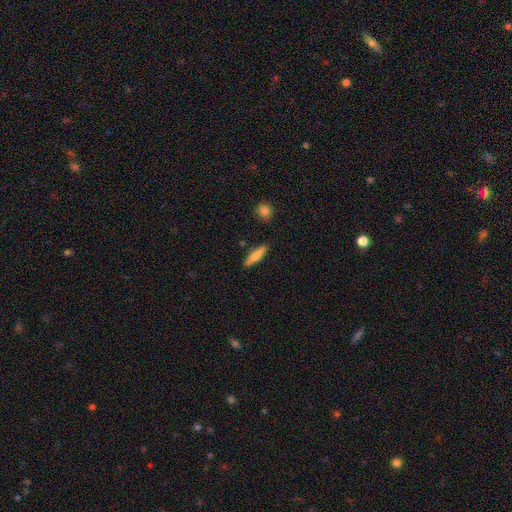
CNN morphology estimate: Smooth or featured? Predicted: smooth (p=0.65). How rounded? Predicted: cigar-shaped (p=0.78). Merging? Predicted: none (p=0.87).